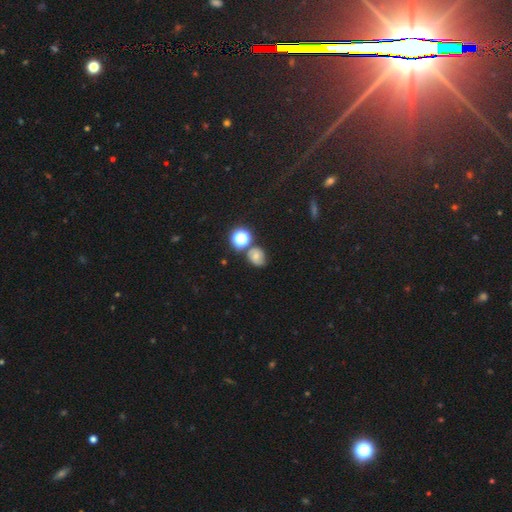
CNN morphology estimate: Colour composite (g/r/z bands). It shows a smooth galaxy with no disk features (54%) that is round (64%). Merging: none (64%).